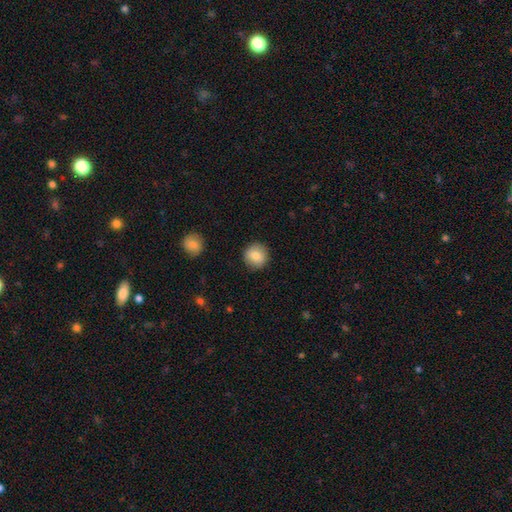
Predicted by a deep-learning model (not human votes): Q: Smooth or featured?
A: smooth (83%); runner-up: featured or disk (9%)
Q: How rounded?
A: round (92%); runner-up: in between (7%)
Q: Merging?
A: none (91%); runner-up: minor disturbance (6%)